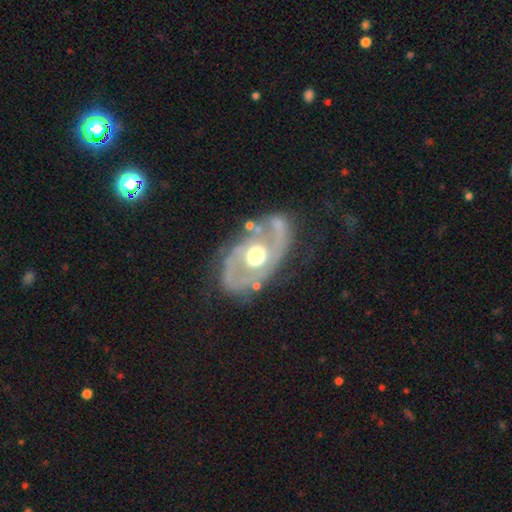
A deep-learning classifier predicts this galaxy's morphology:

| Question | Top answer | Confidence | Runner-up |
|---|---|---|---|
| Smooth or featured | featured or disk | 81% | smooth (14%) |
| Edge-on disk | no | 95% | yes (5%) |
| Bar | no | 77% | weak (16%) |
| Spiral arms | yes | 72% | no (28%) |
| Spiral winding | medium | 40% | tight (33%) |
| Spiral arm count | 2 | 72% | can't tell (13%) |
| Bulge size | moderate | 65% | large (27%) |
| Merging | none | 65% | minor disturbance (19%) |